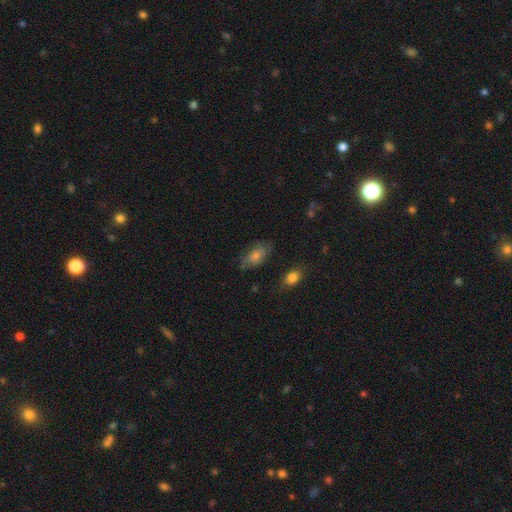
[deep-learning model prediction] This is likely a smooth galaxy (67%). How rounded: clearly in between (89%). Merging: likely none (71%).